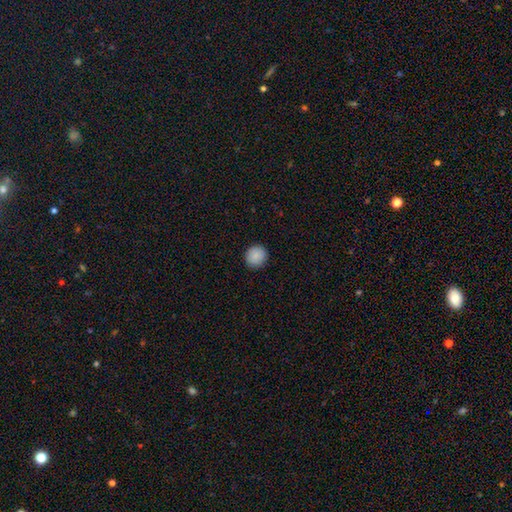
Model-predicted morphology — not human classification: type=smooth (88%); roundness=round (92%); merging=none (91%).